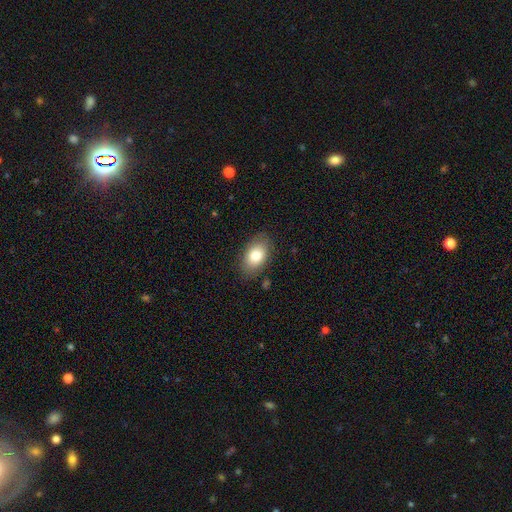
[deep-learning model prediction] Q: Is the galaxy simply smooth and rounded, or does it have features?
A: smooth — 81%.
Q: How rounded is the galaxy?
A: in between — 88%.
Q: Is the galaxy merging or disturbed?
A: none — 83%.